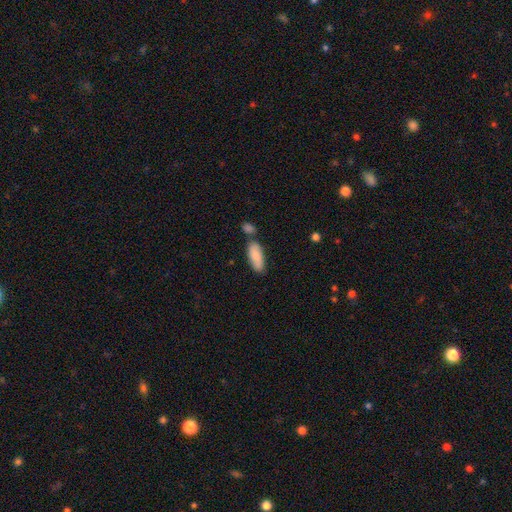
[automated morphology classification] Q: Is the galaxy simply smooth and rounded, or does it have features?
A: smooth — 81%.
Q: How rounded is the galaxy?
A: in between — 78%.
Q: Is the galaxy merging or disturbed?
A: none — 63%.